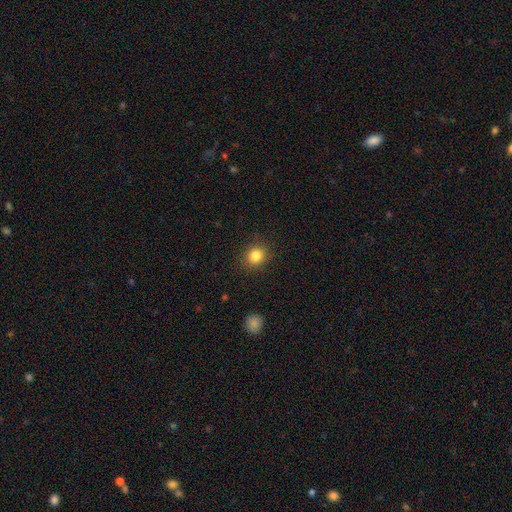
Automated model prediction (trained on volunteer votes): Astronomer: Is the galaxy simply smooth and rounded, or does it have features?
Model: smooth — 84%.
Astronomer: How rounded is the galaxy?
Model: round — 78%.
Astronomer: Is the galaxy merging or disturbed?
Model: none — 88%.